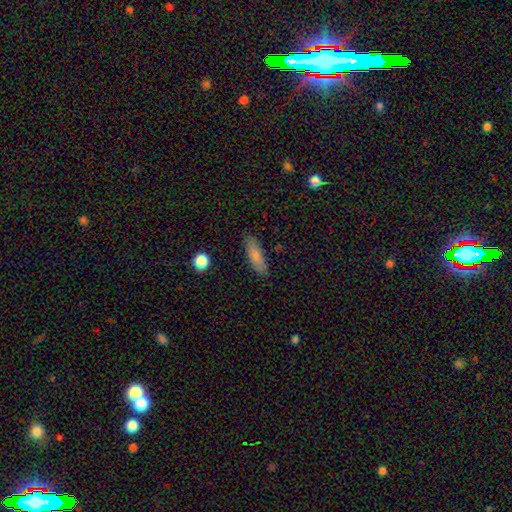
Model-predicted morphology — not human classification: Q: Smooth or featured?
A: smooth (79%); runner-up: featured or disk (14%)
Q: How rounded?
A: in between (50%); runner-up: cigar-shaped (48%)
Q: Merging?
A: none (84%); runner-up: minor disturbance (12%)